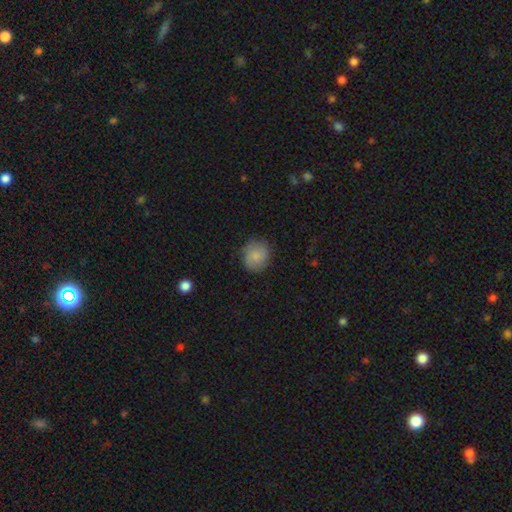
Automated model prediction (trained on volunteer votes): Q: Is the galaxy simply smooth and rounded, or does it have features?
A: smooth — 74%.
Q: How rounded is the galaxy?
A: round — 82%.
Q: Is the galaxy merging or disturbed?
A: none — 81%.